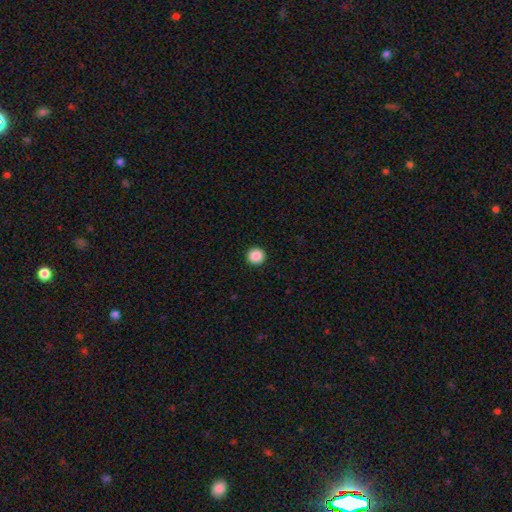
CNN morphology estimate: smooth-or-featured: smooth: 88% | star or artifact: 9% | featured or disk: 3%
  how-rounded: round: 96% | in between: 3% | cigar-shaped: 1%
  merging: none: 94% | minor disturbance: 4% | major disturbance: 1% | merger: 1%